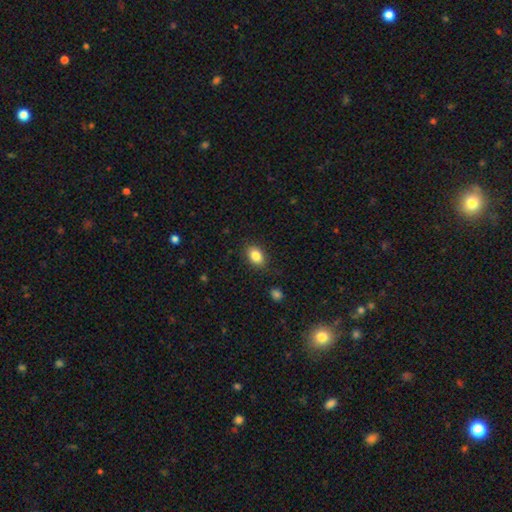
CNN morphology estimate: Smooth or featured: smooth — 85% (star or artifact — 9%)
How rounded: in between — 80% (round — 19%)
Merging: none — 85% (minor disturbance — 11%)